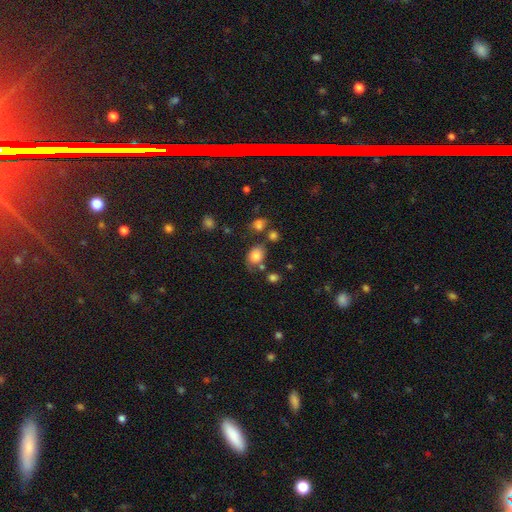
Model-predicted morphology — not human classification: A smooth galaxy with no disk features (81%) that is in between round and cigar-shaped (66%). Merging: none (60%).